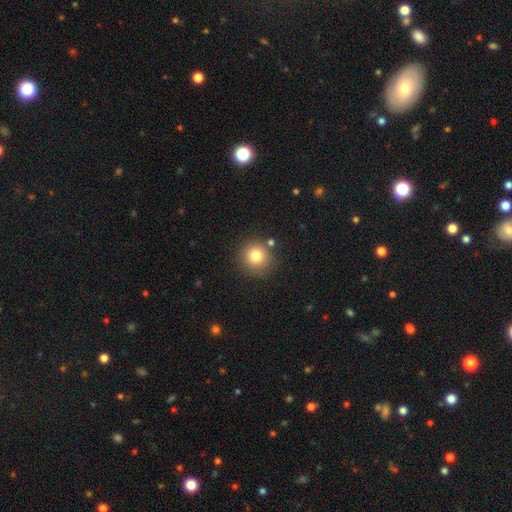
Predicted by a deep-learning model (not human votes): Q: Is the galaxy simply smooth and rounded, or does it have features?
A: smooth — 80%.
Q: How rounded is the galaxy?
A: round — 94%.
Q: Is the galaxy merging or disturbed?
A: none — 83%.